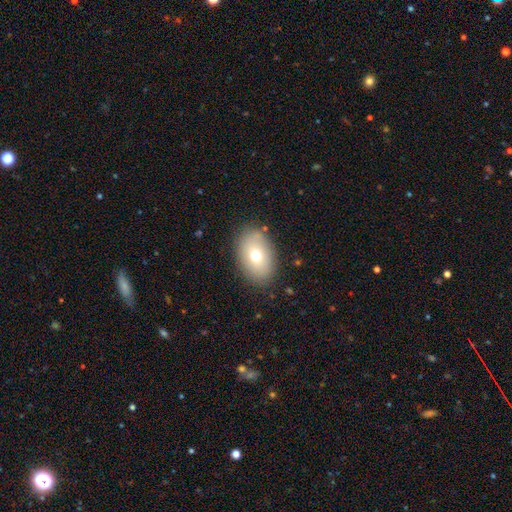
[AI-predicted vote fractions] Smooth or featured? smooth (70%)
How rounded? in between (82%)
Merging? none (84%)